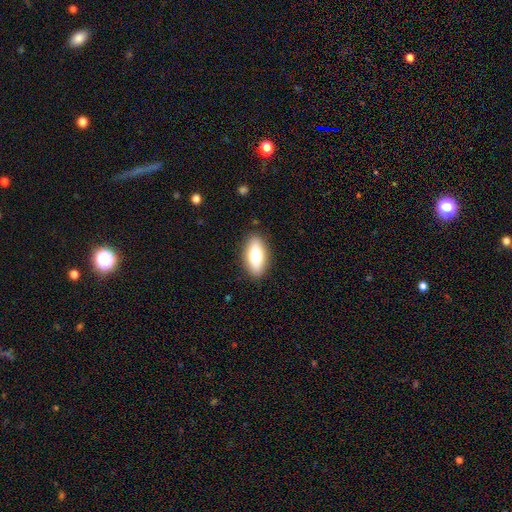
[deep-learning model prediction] Smooth or featured?
  - smooth: 71% *
  - featured or disk: 22%
  - star or artifact: 7%
How rounded?
  - in between: 78% *
  - cigar-shaped: 19%
  - round: 3%
Merging?
  - none: 88% *
  - minor disturbance: 9%
  - major disturbance: 2%
  - merger: 1%